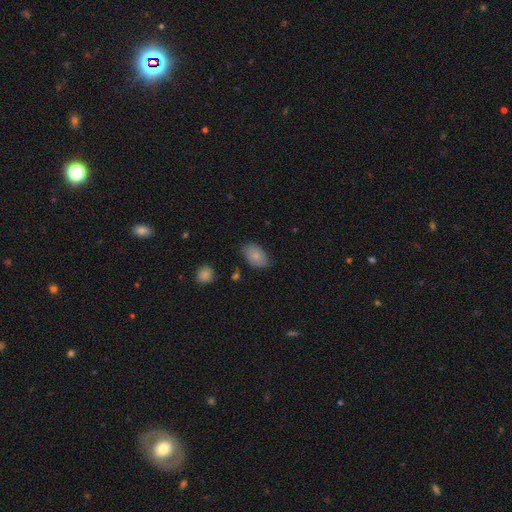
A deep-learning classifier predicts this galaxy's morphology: Smooth or featured?
  - smooth: 82% *
  - featured or disk: 11%
  - star or artifact: 7%
How rounded?
  - in between: 91% *
  - round: 8%
  - cigar-shaped: 1%
Merging?
  - none: 77% *
  - minor disturbance: 18%
  - major disturbance: 4%
  - merger: 2%